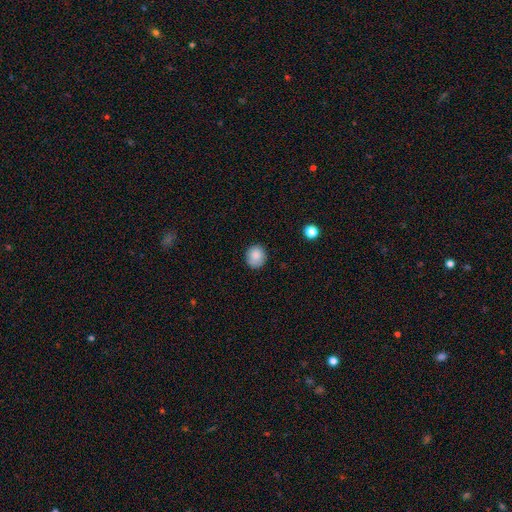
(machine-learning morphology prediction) This appears to be a smooth galaxy with no disk features (86%) that is round (84%). Merging: none (83%).